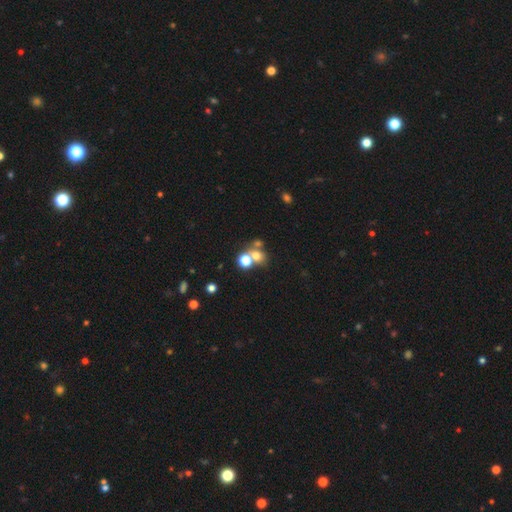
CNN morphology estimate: smooth 64%, star or artifact 21%, featured or disk 15%. Down the decision tree: how rounded — round (72%); merging — merger (45%).